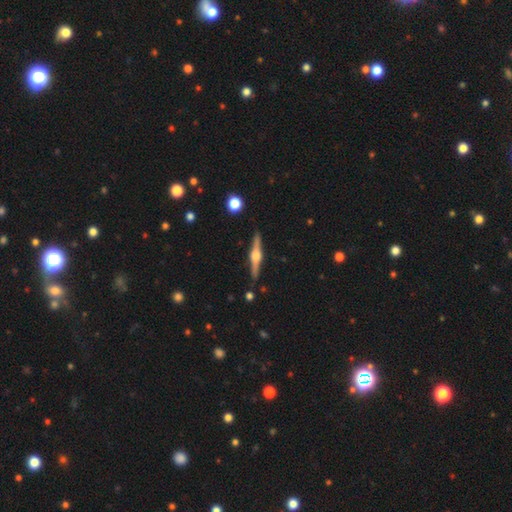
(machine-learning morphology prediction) smooth_or_featured: featured or disk (p=0.83) [alt: smooth p=0.12]
disk_edge_on: yes (p=0.98) [alt: no p=0.02]
edge_on_bulge: rounded (p=0.91) [alt: boxy p=0.07]
merging: none (p=0.90) [alt: minor disturbance p=0.07]